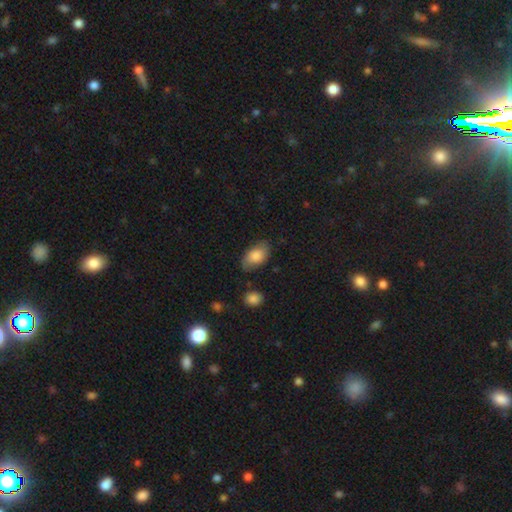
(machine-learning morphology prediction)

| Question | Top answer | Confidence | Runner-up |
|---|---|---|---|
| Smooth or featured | smooth | 80% | featured or disk (13%) |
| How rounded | in between | 92% | round (6%) |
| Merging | none | 75% | minor disturbance (19%) |